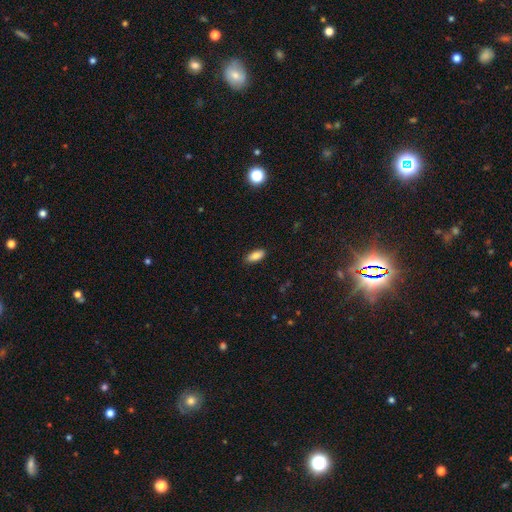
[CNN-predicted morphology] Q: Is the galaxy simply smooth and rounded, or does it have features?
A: smooth — 84%.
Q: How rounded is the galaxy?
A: in between — 87%.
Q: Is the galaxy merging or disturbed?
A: none — 88%.